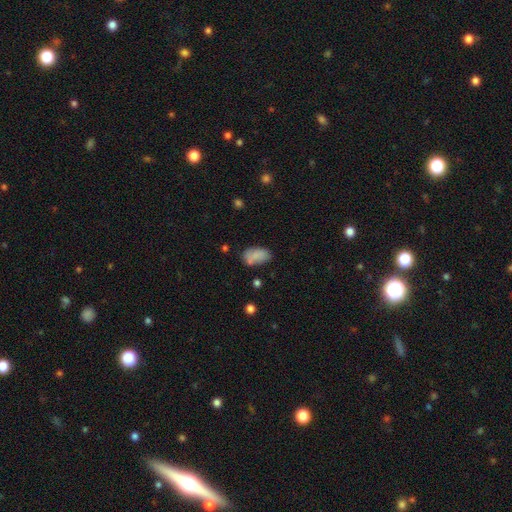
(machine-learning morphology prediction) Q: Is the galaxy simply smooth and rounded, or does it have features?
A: smooth — 82%.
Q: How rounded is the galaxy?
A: in between — 92%.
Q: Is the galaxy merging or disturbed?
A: none — 59%.